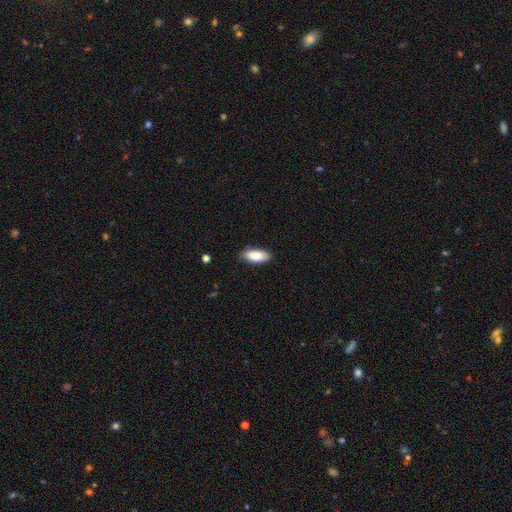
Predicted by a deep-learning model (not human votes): Smooth or featured: smooth — 87% (featured or disk — 7%)
How rounded: in between — 86% (cigar-shaped — 12%)
Merging: none — 82% (minor disturbance — 14%)